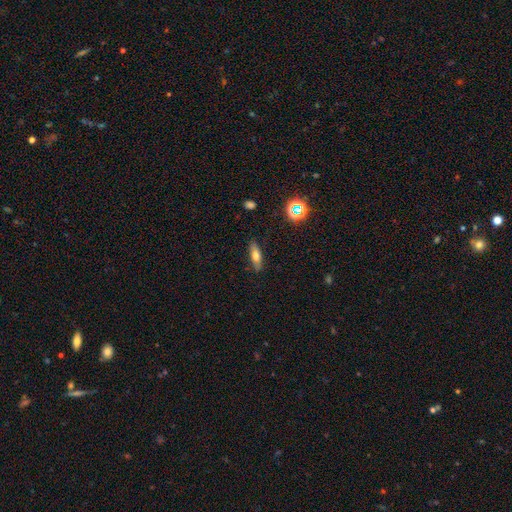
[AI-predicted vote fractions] This appears to be a smooth galaxy with no disk features (63%) that is cigar-shaped (48%, tied with in between). Merging: none (84%).